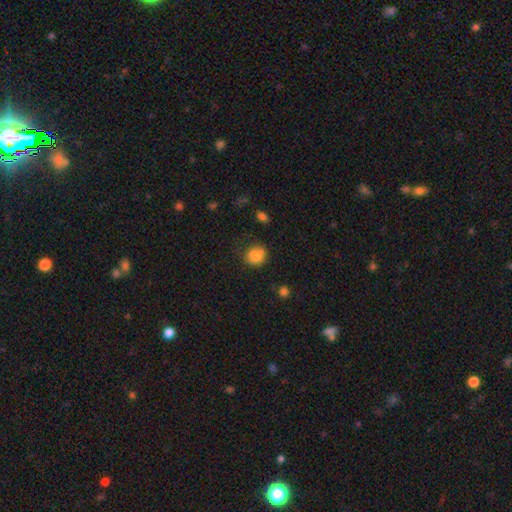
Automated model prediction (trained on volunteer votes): Smooth or featured? Predicted: smooth (p=0.73). How rounded? Predicted: round (p=0.71). Merging? Predicted: none (p=0.48).